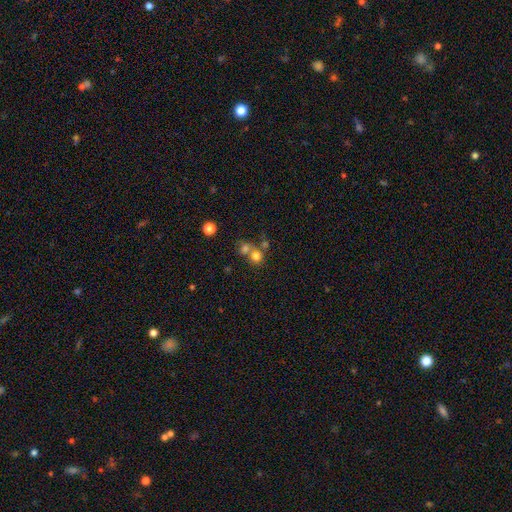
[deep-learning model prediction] smooth 74%, star or artifact 15%, featured or disk 11%. Down the decision tree: how rounded — round (84%); merging — none (46%).